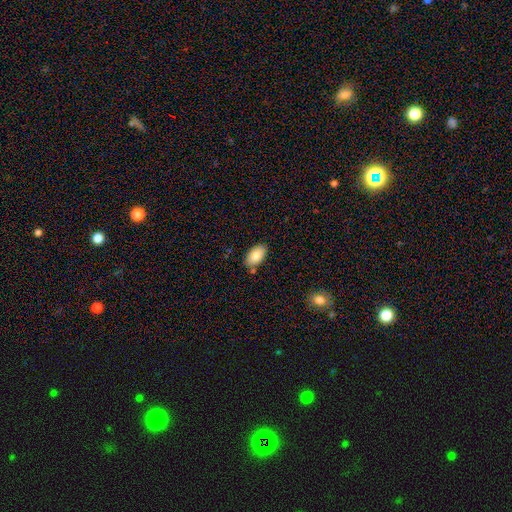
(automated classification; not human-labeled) A smooth galaxy with no disk features (84%) that is in between round and cigar-shaped (94%). Merging: none (81%).